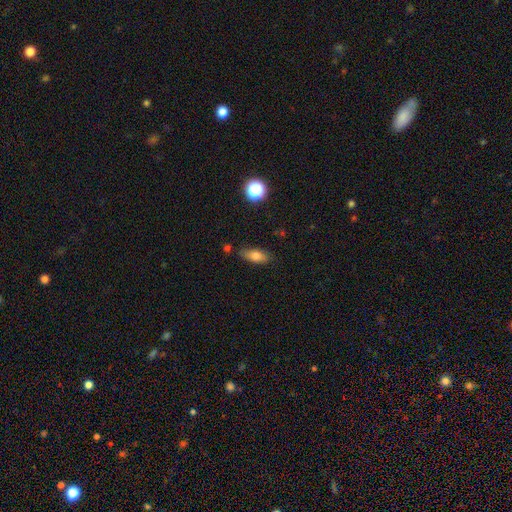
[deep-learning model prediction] Morphology: type=smooth (74%); roundness=in between (76%); merging=none (81%).